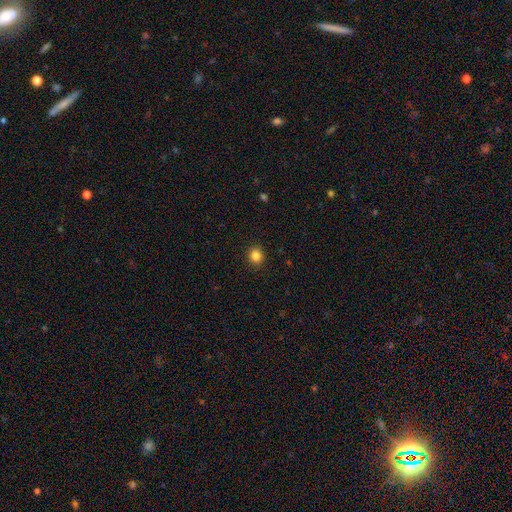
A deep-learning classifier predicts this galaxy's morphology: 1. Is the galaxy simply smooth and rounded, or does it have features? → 85% smooth, 11% star or artifact, 4% featured or disk.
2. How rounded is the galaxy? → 81% round, 18% in between, 1% cigar-shaped.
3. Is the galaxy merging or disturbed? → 90% none, 7% minor disturbance, 2% major disturbance, 1% merger.